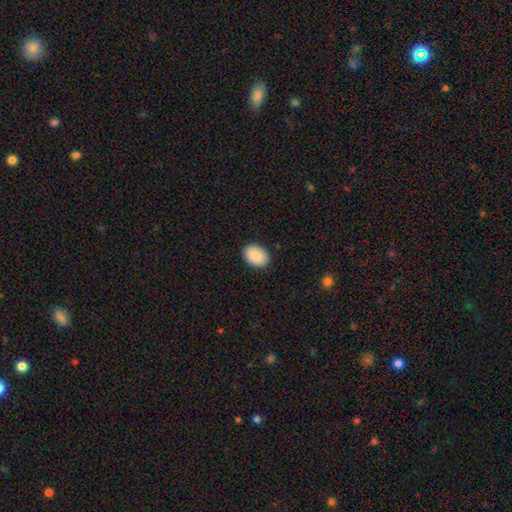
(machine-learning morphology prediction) A smooth galaxy with no disk features (87%) that is in between round and cigar-shaped (69%).

Vote fractions:
- Smooth or featured? smooth: 87% / star or artifact: 7% / featured or disk: 6%
- How rounded? in between: 69% / round: 30% / cigar-shaped: 1%
- Merging? none: 90% / minor disturbance: 8% / major disturbance: 2% / merger: 1%